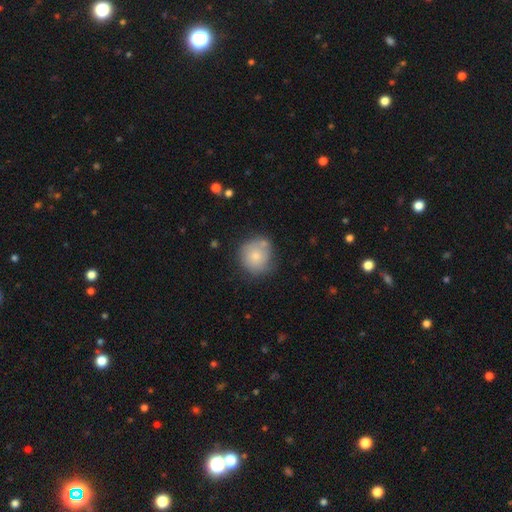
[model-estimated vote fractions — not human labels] Smooth or featured?
  - smooth: 75% *
  - featured or disk: 17%
  - star or artifact: 8%
How rounded?
  - round: 88% *
  - in between: 11%
  - cigar-shaped: 1%
Merging?
  - none: 59% *
  - minor disturbance: 22%
  - merger: 12%
  - major disturbance: 6%